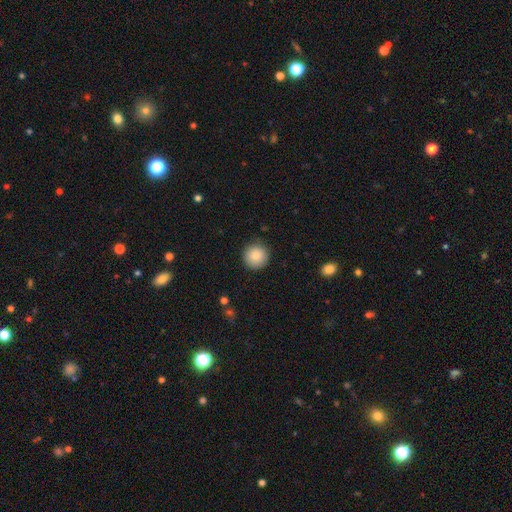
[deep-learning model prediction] Overall: smooth (84%). How rounded: round (95%). Merging: none (89%).